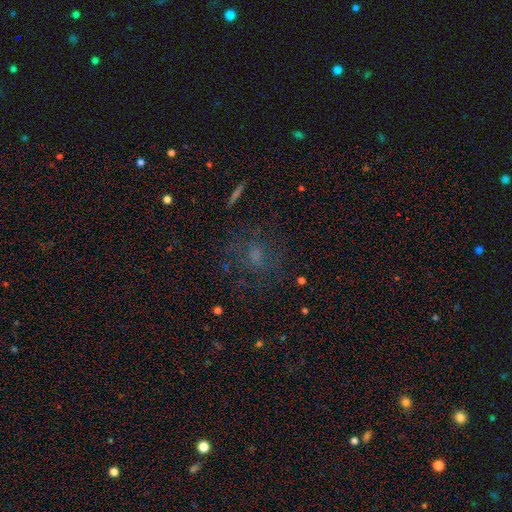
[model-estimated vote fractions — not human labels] Q: Smooth or featured?
A: smooth (37%); runner-up: featured or disk (34%)
Q: Merging?
A: none (68%); runner-up: minor disturbance (16%)